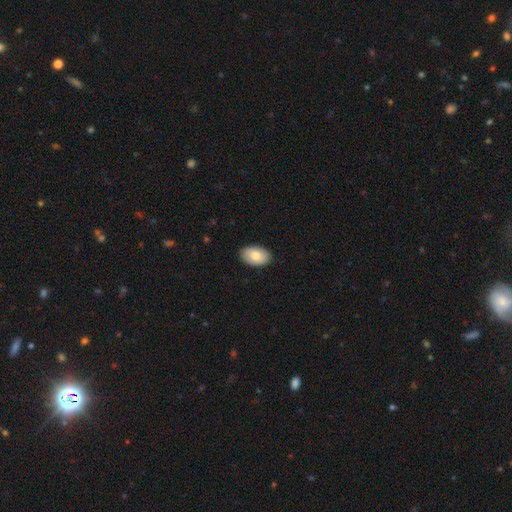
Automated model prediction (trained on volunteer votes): Smooth or featured?
  - smooth: 84% *
  - featured or disk: 10%
  - star or artifact: 6%
How rounded?
  - in between: 92% *
  - round: 7%
  - cigar-shaped: 1%
Merging?
  - none: 90% *
  - minor disturbance: 8%
  - major disturbance: 2%
  - merger: 1%